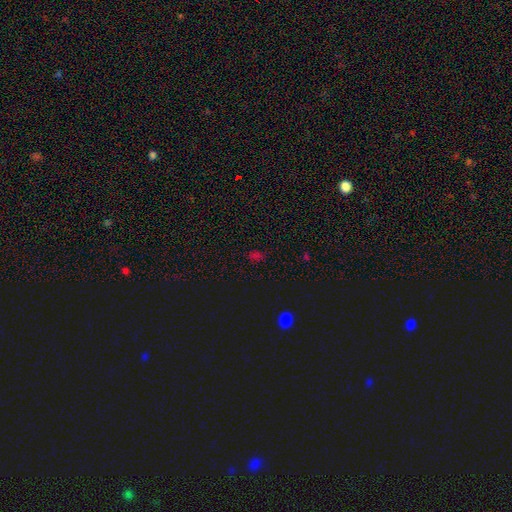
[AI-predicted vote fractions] A smooth galaxy with no disk features (49%).

Vote fractions:
- Smooth or featured? smooth: 49% / star or artifact: 45% / featured or disk: 6%
- Merging? none: 79% / minor disturbance: 13% / major disturbance: 5% / merger: 3%